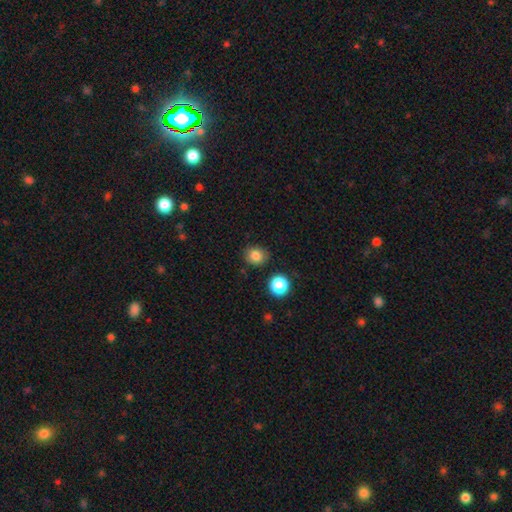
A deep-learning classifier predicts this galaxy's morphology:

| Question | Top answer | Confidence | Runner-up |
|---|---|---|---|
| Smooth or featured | smooth | 84% | star or artifact (11%) |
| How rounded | round | 74% | in between (25%) |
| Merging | none | 84% | minor disturbance (10%) |